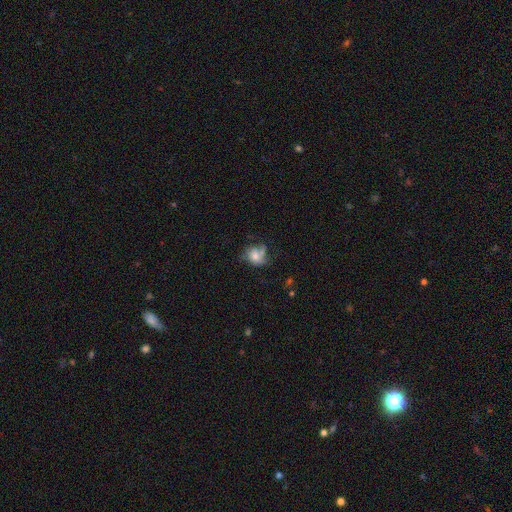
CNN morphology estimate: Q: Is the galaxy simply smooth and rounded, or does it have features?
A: smooth — 45%.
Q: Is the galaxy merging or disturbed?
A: none — 40%.